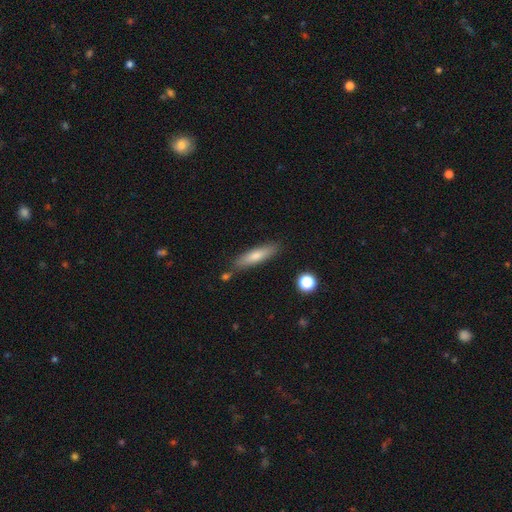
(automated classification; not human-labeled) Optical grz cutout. It shows a smooth galaxy with no disk features (68%) that is cigar-shaped (79%). Merging: none (81%).